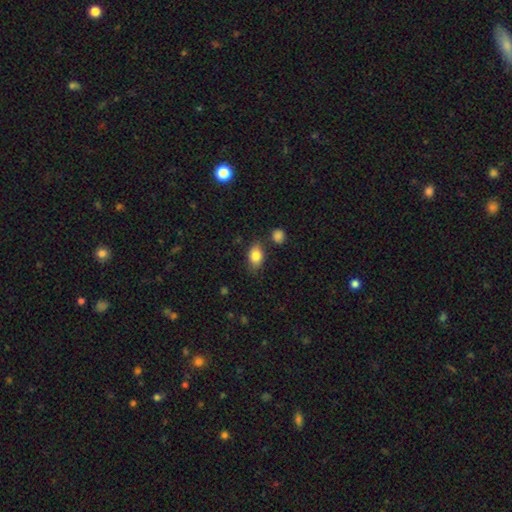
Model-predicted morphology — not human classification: smooth_or_featured: smooth (p=0.83) [alt: featured or disk p=0.09]
how_rounded: in between (p=0.82) [alt: round p=0.16]
merging: none (p=0.78) [alt: minor disturbance p=0.14]